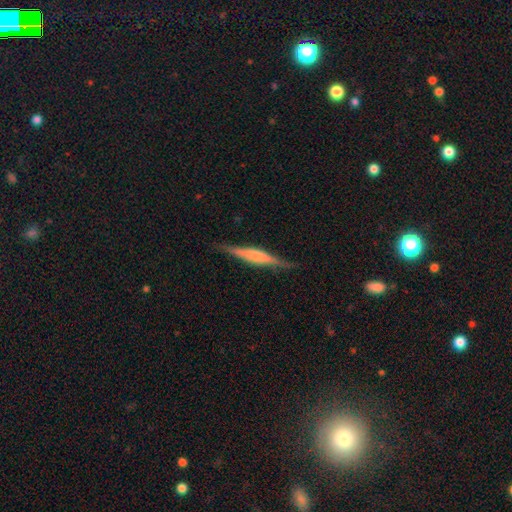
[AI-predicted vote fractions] This appears to be a featured or disk galaxy (66%) viewed edge-on (97%) with a boxy central bulge (42%). Merging: none (86%).